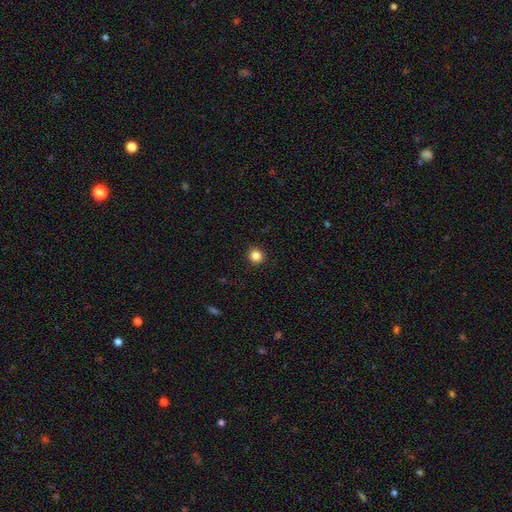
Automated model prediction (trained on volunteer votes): Smooth or featured: smooth — 84% (star or artifact — 11%)
How rounded: round — 92% (in between — 7%)
Merging: none — 93% (minor disturbance — 5%)